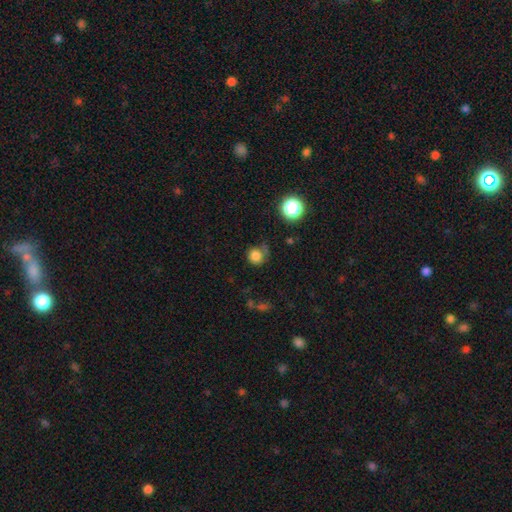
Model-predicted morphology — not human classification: A smooth galaxy with no disk features (80%) that is round (87%). Merging: none (58%).